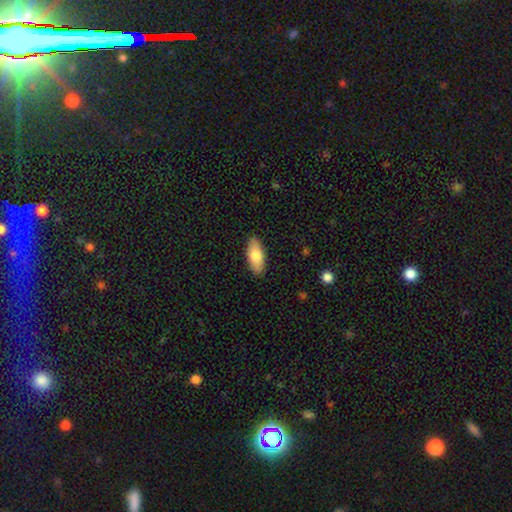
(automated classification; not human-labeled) Smooth or featured: smooth — 77% (featured or disk — 17%)
How rounded: in between — 81% (cigar-shaped — 16%)
Merging: none — 88% (minor disturbance — 9%)